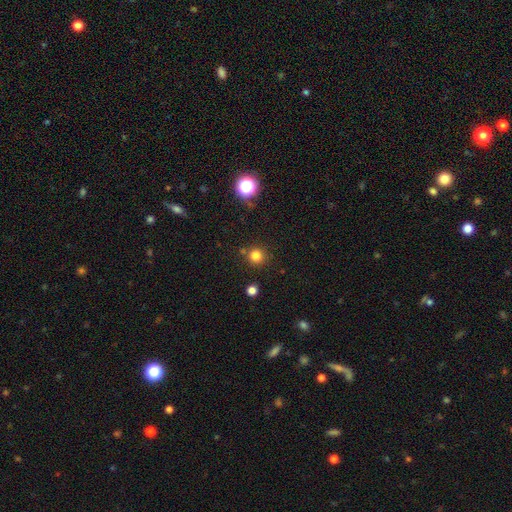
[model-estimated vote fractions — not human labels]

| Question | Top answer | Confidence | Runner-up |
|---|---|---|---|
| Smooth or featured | smooth | 80% | star or artifact (15%) |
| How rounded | round | 94% | in between (6%) |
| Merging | none | 83% | minor disturbance (8%) |